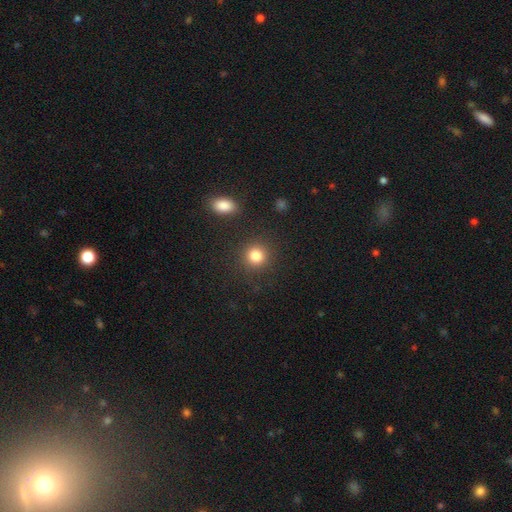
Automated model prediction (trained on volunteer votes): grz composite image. It shows a smooth galaxy with no disk features (83%) that is round (89%). Merging: none (88%).